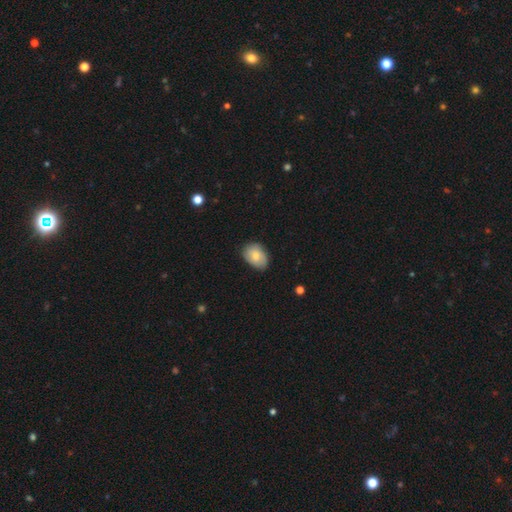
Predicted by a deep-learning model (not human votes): Smooth or featured: smooth — 76% (featured or disk — 18%)
How rounded: in between — 80% (round — 19%)
Merging: none — 76% (minor disturbance — 20%)